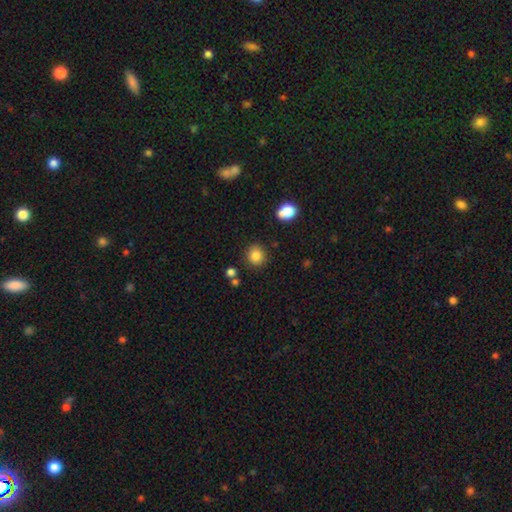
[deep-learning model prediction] smooth 84%, star or artifact 11%, featured or disk 5%. Down the decision tree: how rounded — round (85%); merging — none (86%).